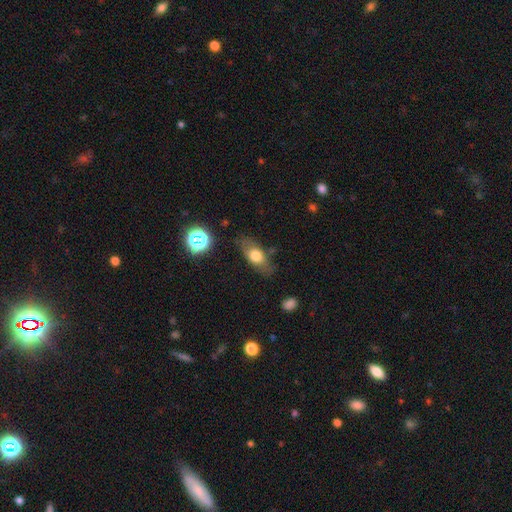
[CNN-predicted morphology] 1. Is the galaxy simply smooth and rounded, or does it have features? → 63% smooth, 28% featured or disk, 9% star or artifact.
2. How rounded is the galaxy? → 76% in between, 13% cigar-shaped, 10% round.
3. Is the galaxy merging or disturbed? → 74% none, 18% minor disturbance, 6% major disturbance, 2% merger.